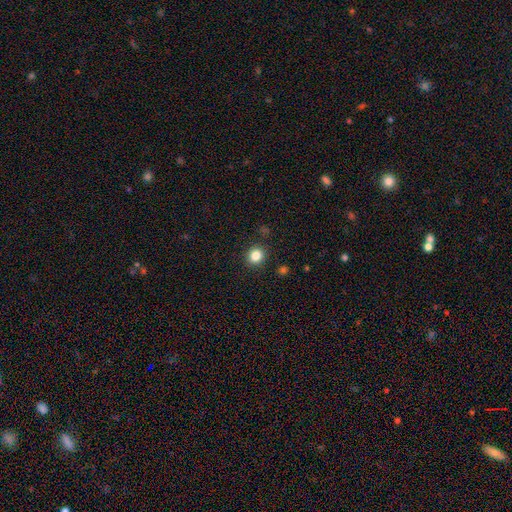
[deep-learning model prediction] Smooth or featured?
  - smooth: 84% *
  - star or artifact: 11%
  - featured or disk: 5%
How rounded?
  - round: 83% *
  - in between: 16%
  - cigar-shaped: 1%
Merging?
  - none: 90% *
  - minor disturbance: 6%
  - major disturbance: 2%
  - merger: 2%